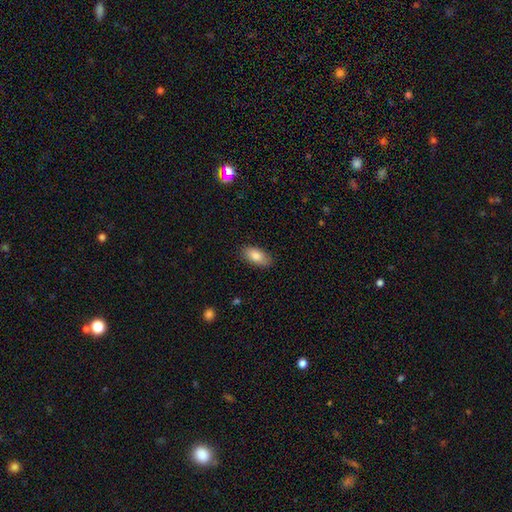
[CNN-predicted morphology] Smooth or featured? smooth (83%)
How rounded? in between (91%)
Merging? none (86%)